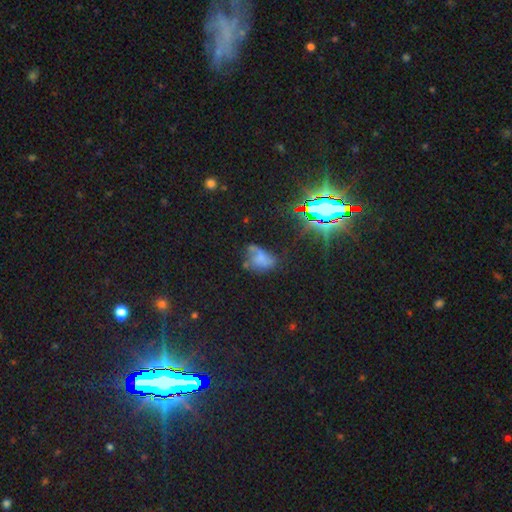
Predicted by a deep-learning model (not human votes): Smooth or featured? Predicted: star or artifact (p=0.41).